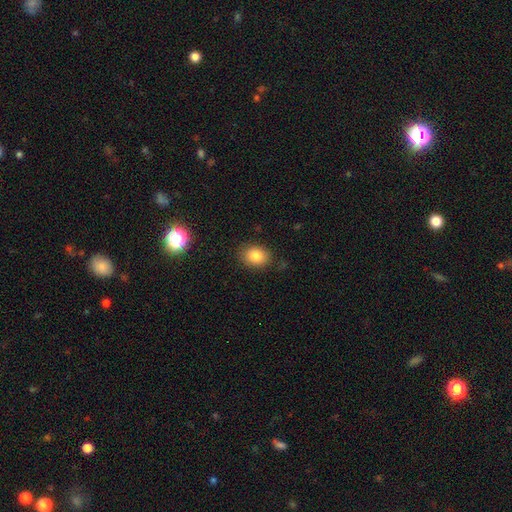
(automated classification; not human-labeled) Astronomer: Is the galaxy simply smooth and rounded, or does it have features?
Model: smooth — 83%.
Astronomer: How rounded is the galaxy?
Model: in between — 62% (runner-up: round, 38%).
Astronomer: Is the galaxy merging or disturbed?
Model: none — 84%.